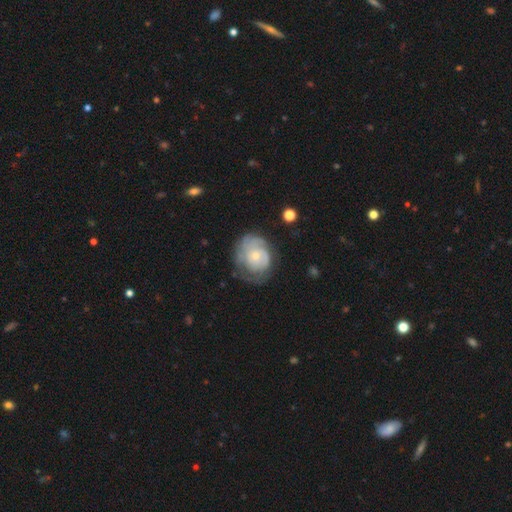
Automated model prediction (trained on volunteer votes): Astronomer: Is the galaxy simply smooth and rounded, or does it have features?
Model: featured or disk — 67%.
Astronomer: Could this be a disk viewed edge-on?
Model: no — 97%.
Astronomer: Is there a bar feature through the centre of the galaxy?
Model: no — 82%.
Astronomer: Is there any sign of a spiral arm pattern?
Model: yes — 82%.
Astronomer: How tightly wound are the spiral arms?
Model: tight — 64%.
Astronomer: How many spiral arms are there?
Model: can't tell — 48%.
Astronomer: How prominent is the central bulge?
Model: small — 68%.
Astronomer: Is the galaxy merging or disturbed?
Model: none — 56%.